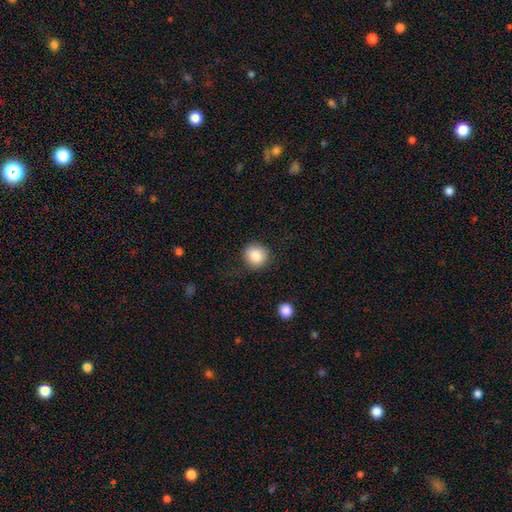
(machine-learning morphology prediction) Q: Smooth or featured?
A: smooth (85%); runner-up: star or artifact (9%)
Q: How rounded?
A: round (88%); runner-up: in between (11%)
Q: Merging?
A: none (80%); runner-up: minor disturbance (14%)